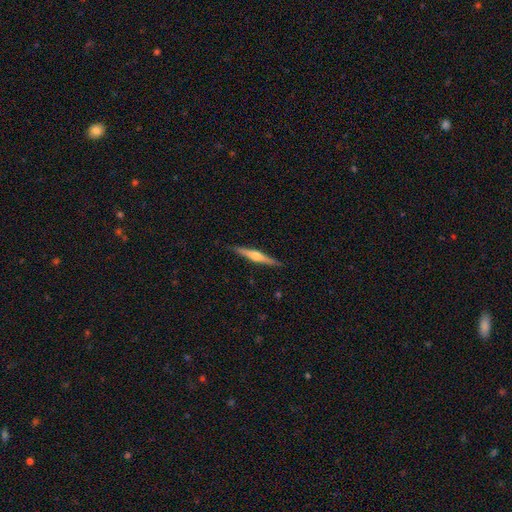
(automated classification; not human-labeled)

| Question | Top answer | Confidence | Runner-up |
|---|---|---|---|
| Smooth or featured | featured or disk | 70% | smooth (24%) |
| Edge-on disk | yes | 98% | no (2%) |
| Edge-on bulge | rounded | 88% | boxy (7%) |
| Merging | none | 90% | minor disturbance (7%) |